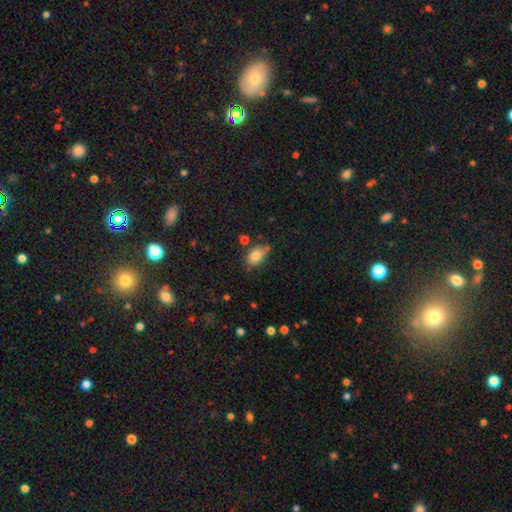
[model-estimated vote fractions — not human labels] This is clearly a smooth galaxy (80%). How rounded: clearly in between (83%). Merging: possibly none (60%).